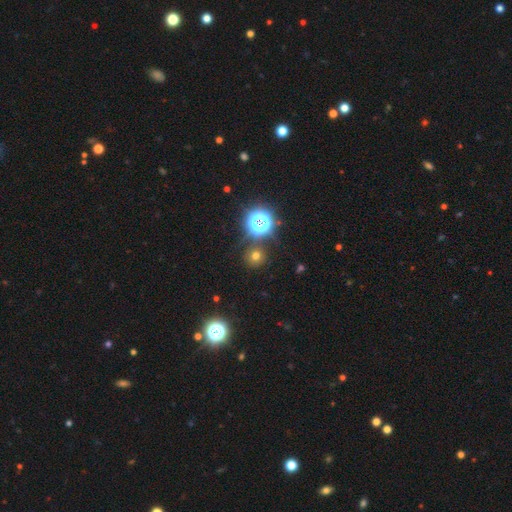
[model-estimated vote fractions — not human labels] This appears to be a smooth galaxy with no disk features (59%) that is round (92%). Merging: none (84%).